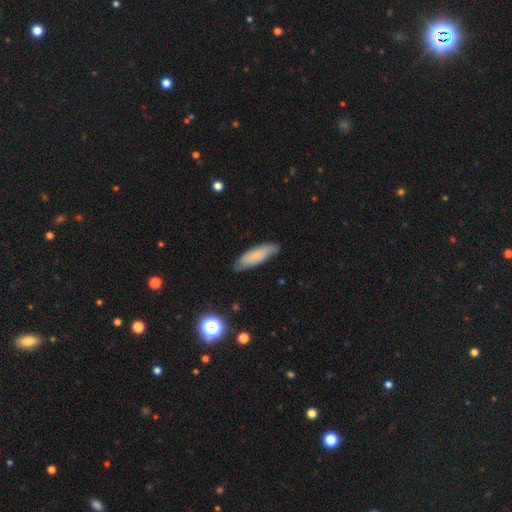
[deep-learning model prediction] smooth-or-featured: smooth: 73% | featured or disk: 20% | star or artifact: 7%
  how-rounded: cigar-shaped: 52% | in between: 46% | round: 2%
  merging: none: 77% | minor disturbance: 18% | major disturbance: 3% | merger: 1%